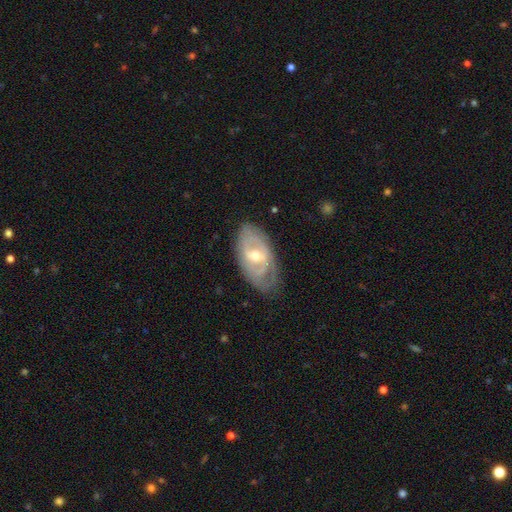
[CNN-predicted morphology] Q: Smooth or featured?
A: featured or disk (75%); runner-up: smooth (19%)
Q: Edge-on disk?
A: no (93%); runner-up: yes (7%)
Q: Bar?
A: weak (52%); runner-up: no (28%)
Q: Spiral arms?
A: yes (79%); runner-up: no (21%)
Q: Spiral winding?
A: tight (56%); runner-up: medium (32%)
Q: Spiral arm count?
A: 2 (47%); runner-up: can't tell (37%)
Q: Bulge size?
A: moderate (58%); runner-up: small (38%)
Q: Merging?
A: none (70%); runner-up: minor disturbance (22%)